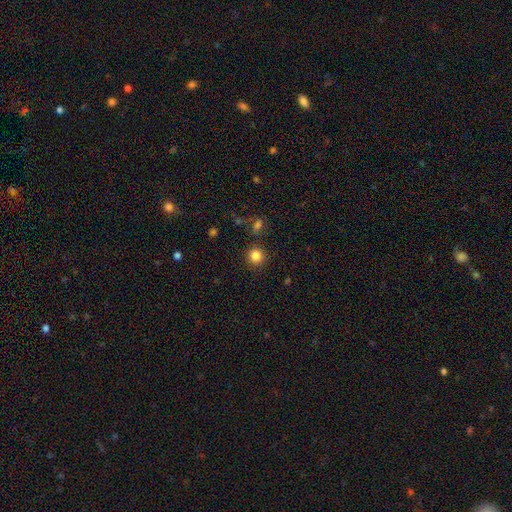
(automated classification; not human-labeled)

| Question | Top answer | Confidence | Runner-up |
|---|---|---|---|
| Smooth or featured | smooth | 83% | star or artifact (12%) |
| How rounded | round | 92% | in between (7%) |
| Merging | none | 87% | minor disturbance (7%) |